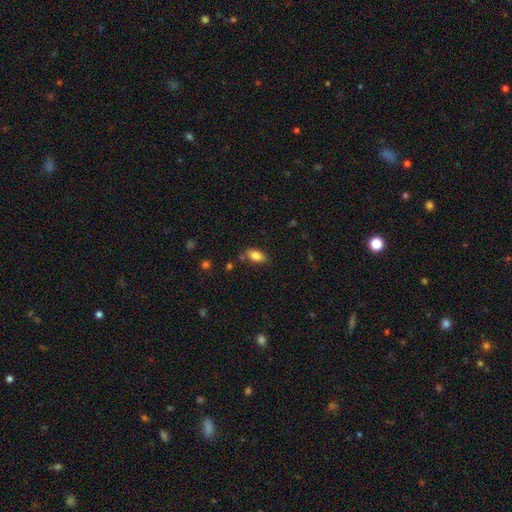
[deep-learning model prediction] smooth_or_featured: smooth (p=0.82) [alt: featured or disk p=0.10]
how_rounded: in between (p=0.90) [alt: cigar-shaped p=0.07]
merging: none (p=0.74) [alt: minor disturbance p=0.16]